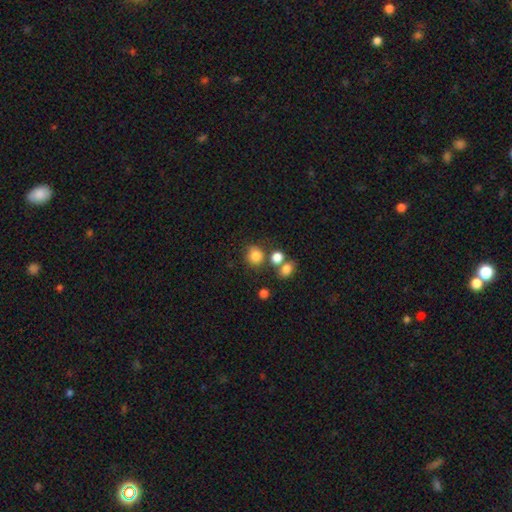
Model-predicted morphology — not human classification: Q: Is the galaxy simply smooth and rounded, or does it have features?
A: smooth — 81%.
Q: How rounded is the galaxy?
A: round — 81%.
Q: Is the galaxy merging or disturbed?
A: none — 67%.